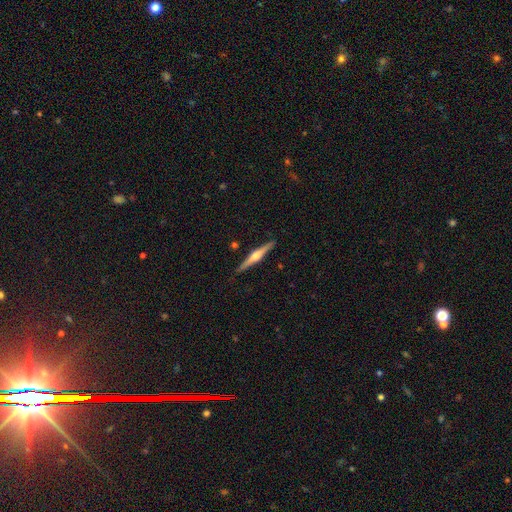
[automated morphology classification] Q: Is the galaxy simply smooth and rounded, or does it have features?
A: featured or disk — 71%.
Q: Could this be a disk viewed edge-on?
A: yes — 98%.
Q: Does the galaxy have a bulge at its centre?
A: rounded — 89%.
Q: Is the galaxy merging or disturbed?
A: none — 89%.